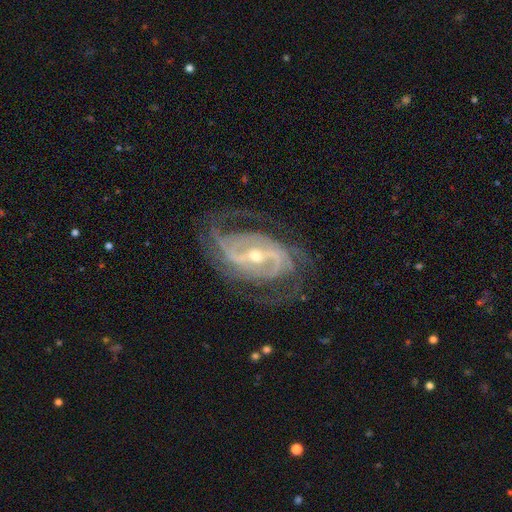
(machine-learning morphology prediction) Smooth or featured? featured or disk (91%)
Edge-on disk? no (96%)
Bar? strong (56%)
Spiral arms? yes (97%)
Spiral winding? medium (46%)
Spiral arm count? 2 (46%)
Bulge size? moderate (50%)
Merging? none (69%)